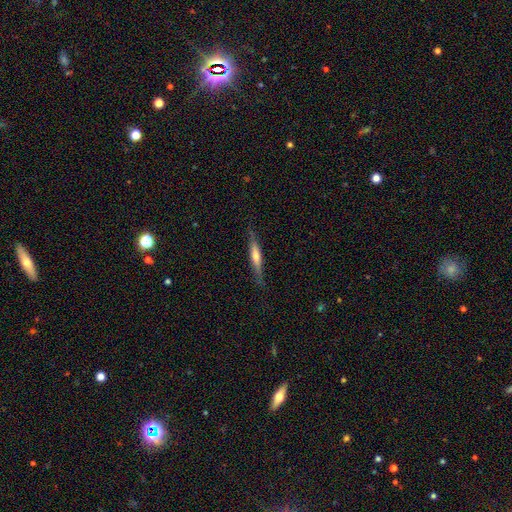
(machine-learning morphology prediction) A featured or disk galaxy (52%) viewed edge-on (93%). Merging: none (82%).